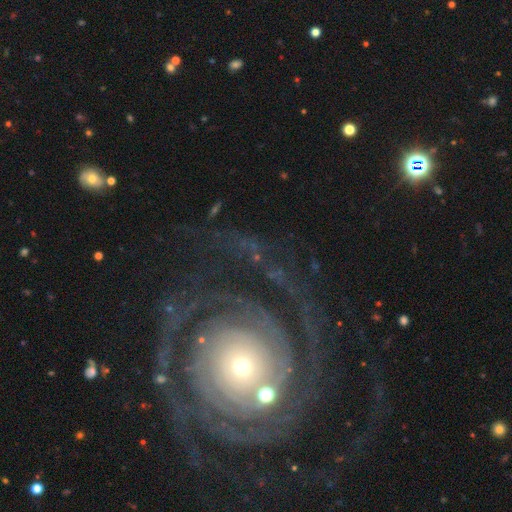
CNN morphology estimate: Smooth or featured?
  - featured or disk: 88% *
  - star or artifact: 6%
  - smooth: 6%
Edge-on disk?
  - no: 97% *
  - yes: 3%
Bar?
  - no: 79% *
  - weak: 12%
  - strong: 9%
Spiral arms?
  - yes: 96% *
  - no: 4%
Spiral winding?
  - tight: 75% *
  - medium: 19%
  - loose: 6%
Spiral arm count?
  - 2: 38% *
  - can't tell: 20%
  - 3: 14%
  - 4: 10%
  - more than 4: 9%
  - 1: 8%
Bulge size?
  - small: 69% *
  - moderate: 22%
  - large: 5%
  - dominant: 2%
  - none: 1%
Merging?
  - none: 70% *
  - major disturbance: 14%
  - minor disturbance: 12%
  - merger: 3%